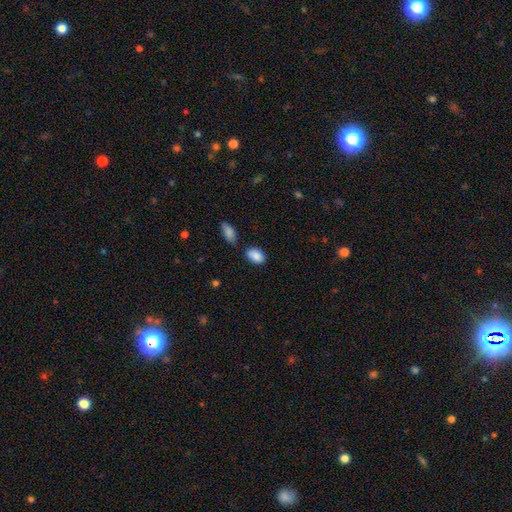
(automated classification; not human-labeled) This is clearly a smooth galaxy (88%). How rounded: clearly in between (89%). Merging: likely none (72%).